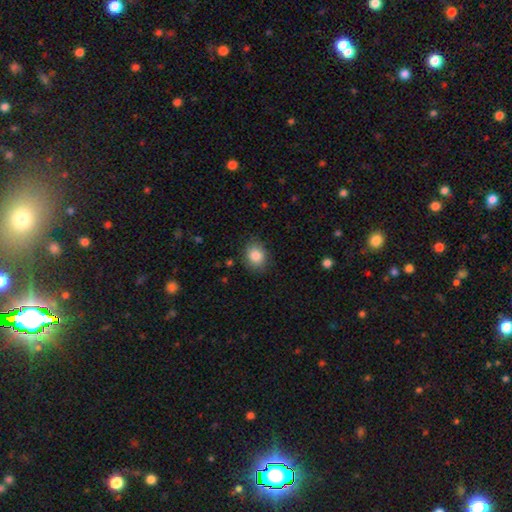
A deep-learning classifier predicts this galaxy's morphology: Smooth or featured?
  - smooth: 85% *
  - star or artifact: 9%
  - featured or disk: 6%
How rounded?
  - round: 60% *
  - in between: 40%
  - cigar-shaped: 1%
Merging?
  - none: 85% *
  - minor disturbance: 11%
  - major disturbance: 3%
  - merger: 1%